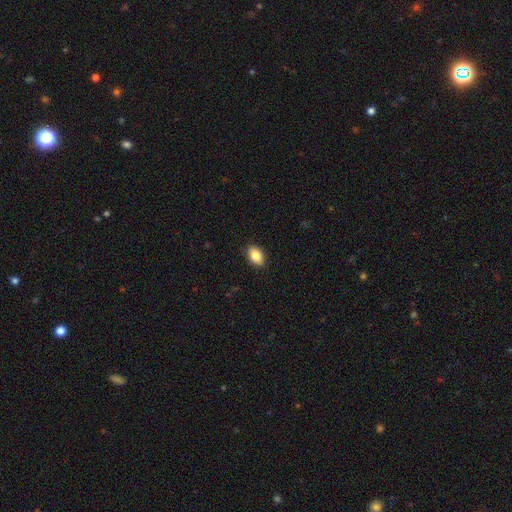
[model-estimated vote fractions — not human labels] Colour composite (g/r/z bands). It shows a smooth galaxy with no disk features (85%) that is in between round and cigar-shaped (89%). Merging: none (89%).